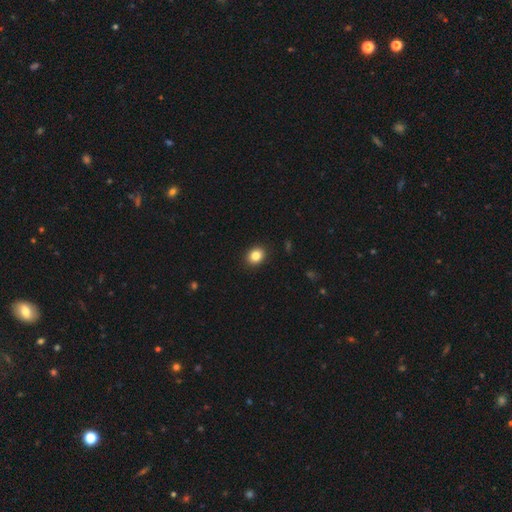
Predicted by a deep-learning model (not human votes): Smooth or featured? Predicted: smooth (p=0.84). How rounded? Predicted: round (p=0.56). Merging? Predicted: none (p=0.91).